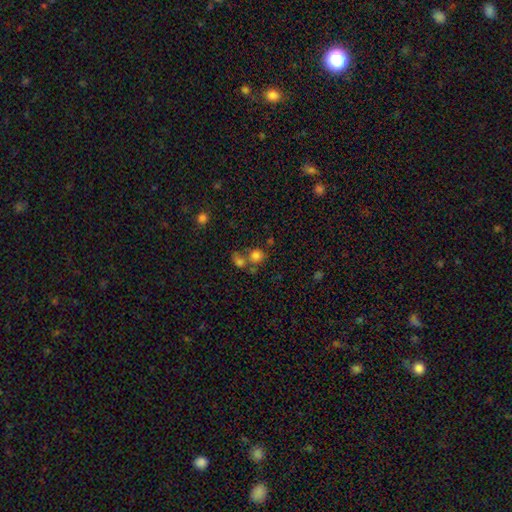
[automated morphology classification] Overall: smooth (77%). How rounded: round (79%). Merging: none (49%; merger 37%).